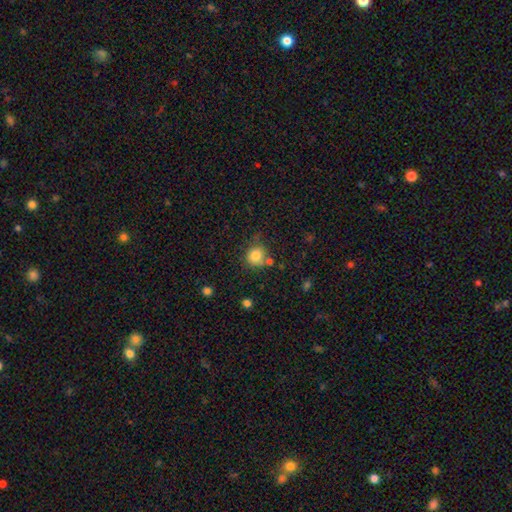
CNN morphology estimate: Smooth or featured? Predicted: smooth (p=0.81). How rounded? Predicted: round (p=0.87). Merging? Predicted: none (p=0.67).